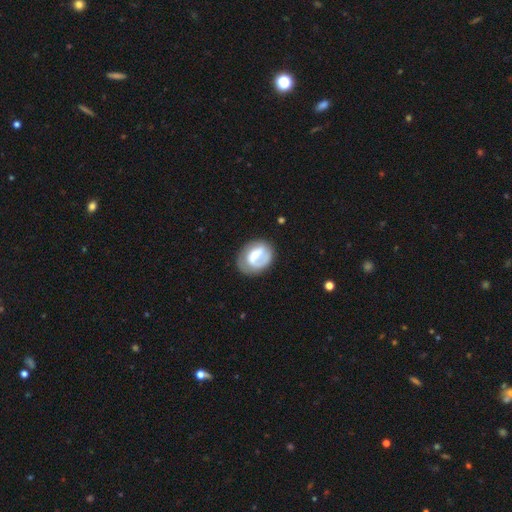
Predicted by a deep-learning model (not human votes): Q: Smooth or featured?
A: featured or disk (51%); runner-up: smooth (42%)
Q: Edge-on disk?
A: no (97%); runner-up: yes (3%)
Q: Merging?
A: none (60%); runner-up: minor disturbance (23%)